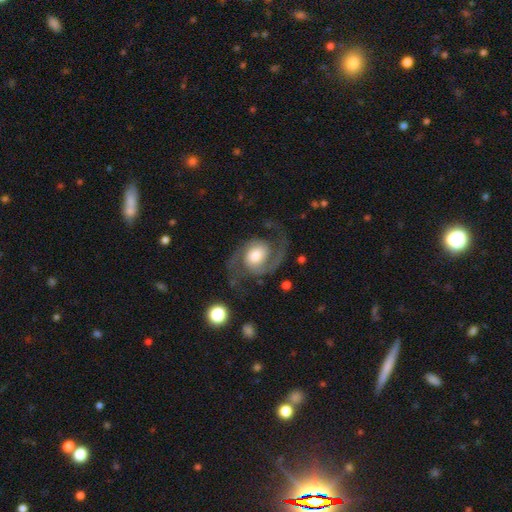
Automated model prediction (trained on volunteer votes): featured or disk 88%, smooth 8%, star or artifact 5%. Down the decision tree: edge-on disk — no (98%); bar — no (60%); spiral arms — yes (97%); spiral arm count — 2 (92%); spiral winding — medium (55%); bulge size — moderate (50%); merging — none (70%).